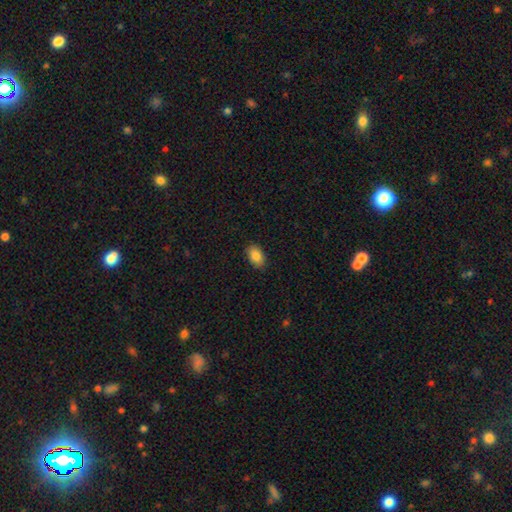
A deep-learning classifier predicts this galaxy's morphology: Smooth or featured?
  - smooth: 87% *
  - star or artifact: 8%
  - featured or disk: 5%
How rounded?
  - in between: 91% *
  - round: 8%
  - cigar-shaped: 2%
Merging?
  - none: 88% *
  - minor disturbance: 9%
  - major disturbance: 2%
  - merger: 1%